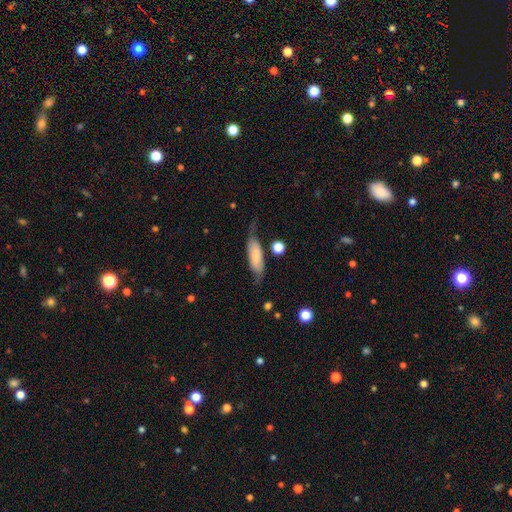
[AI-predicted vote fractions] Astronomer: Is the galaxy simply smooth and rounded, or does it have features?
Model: smooth — 65%.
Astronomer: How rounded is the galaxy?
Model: in between — 62%.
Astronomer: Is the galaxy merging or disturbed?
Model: none — 56%.